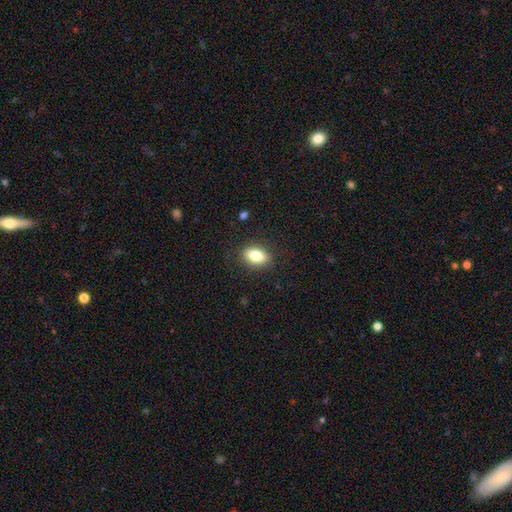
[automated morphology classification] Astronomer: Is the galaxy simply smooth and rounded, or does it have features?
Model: smooth — 81%.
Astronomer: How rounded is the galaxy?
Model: in between — 86%.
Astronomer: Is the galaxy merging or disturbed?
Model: none — 86%.